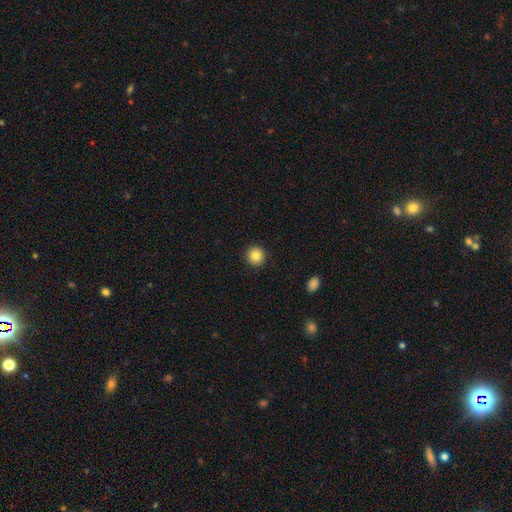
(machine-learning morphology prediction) Smooth or featured: smooth — 84% (star or artifact — 10%)
How rounded: round — 94% (in between — 5%)
Merging: none — 93% (minor disturbance — 5%)